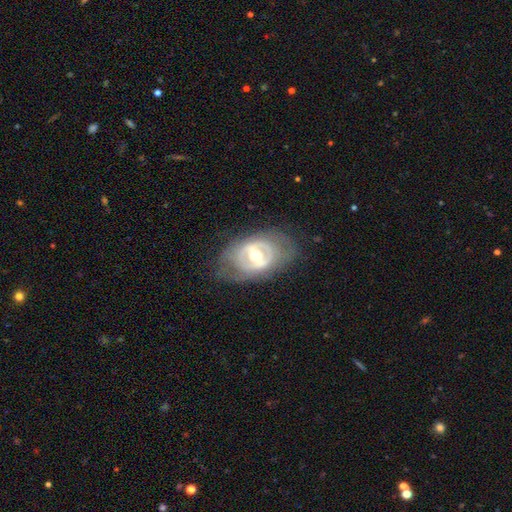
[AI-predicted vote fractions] The model was most divided on "bar": strong: 38%, weak: 35%, no: 26%. More confident: edge-on disk — no (93%); smooth or featured — featured or disk (75%); bulge size — moderate (74%); merging — none (71%); spiral arms — no (65%).